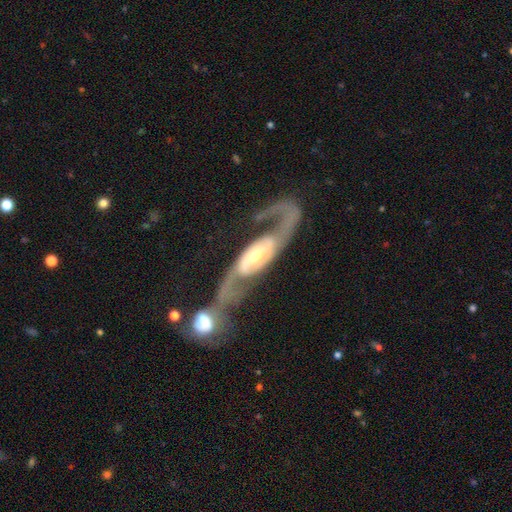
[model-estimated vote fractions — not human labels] Q: Smooth or featured?
A: featured or disk (88%); runner-up: smooth (8%)
Q: Edge-on disk?
A: no (92%); runner-up: yes (8%)
Q: Bar?
A: no (40%); runner-up: weak (32%)
Q: Spiral arms?
A: yes (94%); runner-up: no (6%)
Q: Spiral winding?
A: loose (59%); runner-up: medium (30%)
Q: Spiral arm count?
A: 2 (87%); runner-up: 1 (6%)
Q: Bulge size?
A: moderate (49%); runner-up: small (42%)
Q: Merging?
A: merger (37%); runner-up: none (30%)